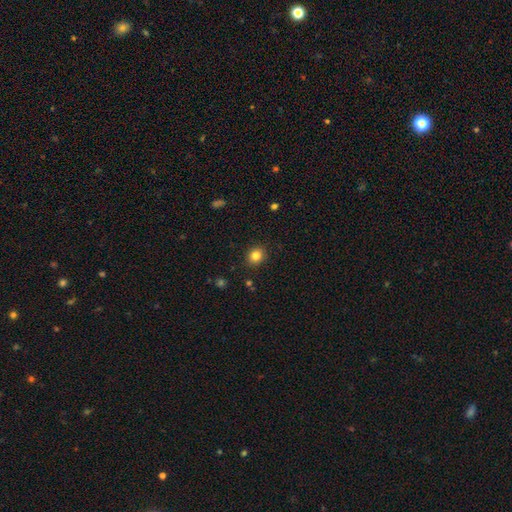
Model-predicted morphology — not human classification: Q: Smooth or featured?
A: smooth (83%); runner-up: star or artifact (11%)
Q: How rounded?
A: round (77%); runner-up: in between (22%)
Q: Merging?
A: none (90%); runner-up: minor disturbance (7%)